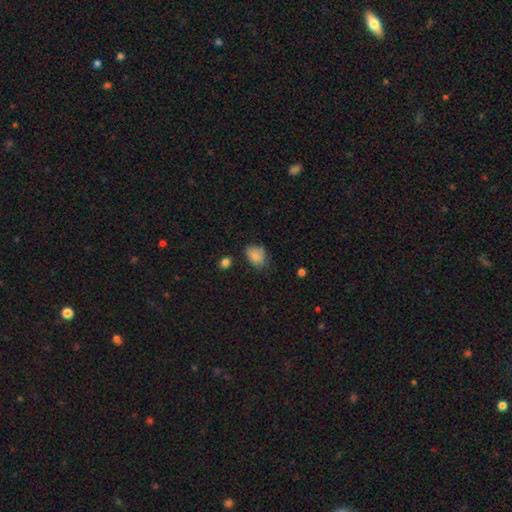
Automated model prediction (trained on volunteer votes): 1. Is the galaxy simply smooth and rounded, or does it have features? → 82% smooth, 9% star or artifact, 8% featured or disk.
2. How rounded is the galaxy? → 70% in between, 29% round, 1% cigar-shaped.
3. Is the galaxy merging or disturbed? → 54% none, 34% minor disturbance, 9% major disturbance, 3% merger.